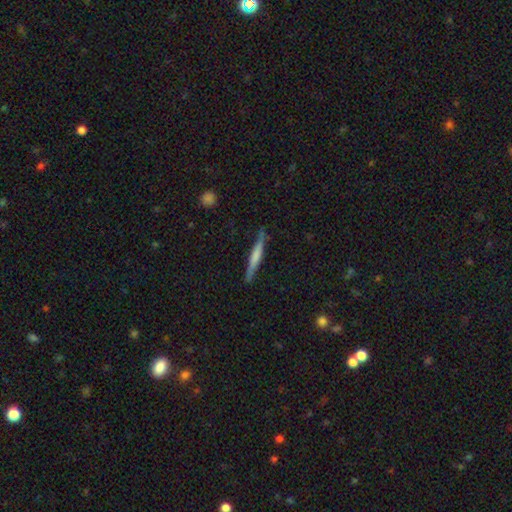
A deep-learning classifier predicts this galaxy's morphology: A smooth galaxy with no disk features (48%). Merging: none (84%).